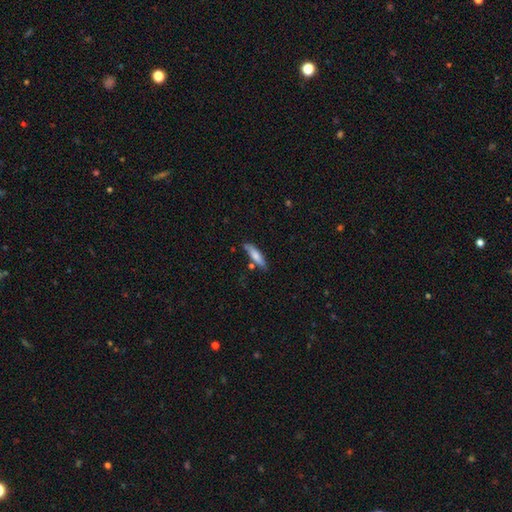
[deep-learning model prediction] smooth-or-featured: smooth: 74% | featured or disk: 20% | star or artifact: 6%
  how-rounded: cigar-shaped: 72% | in between: 26% | round: 2%
  merging: none: 74% | minor disturbance: 16% | merger: 7% | major disturbance: 3%